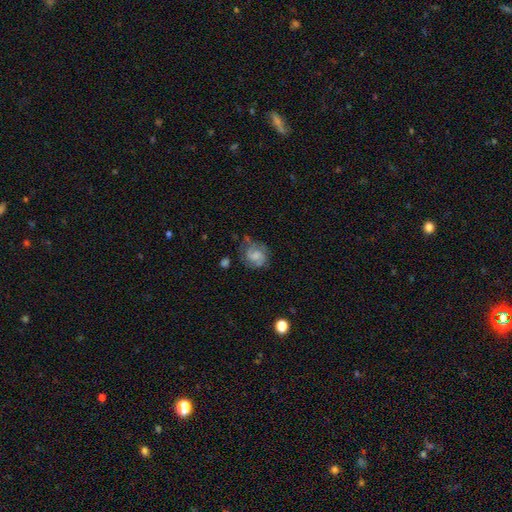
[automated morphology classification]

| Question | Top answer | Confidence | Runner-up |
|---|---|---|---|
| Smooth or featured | featured or disk | 52% | smooth (39%) |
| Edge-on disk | no | 98% | yes (2%) |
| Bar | no | 60% | weak (34%) |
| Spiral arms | yes | 81% | no (19%) |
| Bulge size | small | 36% | moderate (32%) |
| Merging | none | 58% | minor disturbance (25%) |